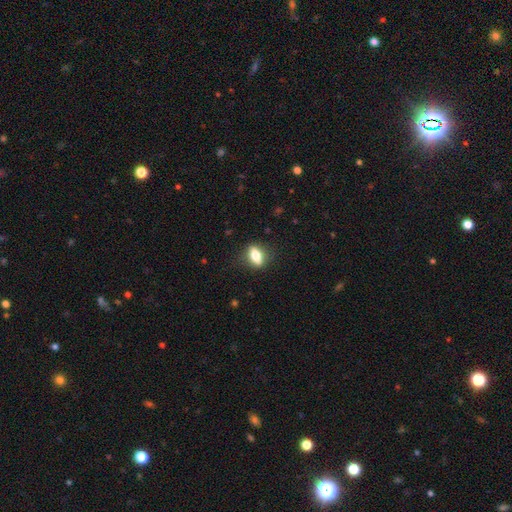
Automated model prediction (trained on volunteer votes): Morphology: type=smooth (64%); roundness=in between (70%); merging=none (83%).